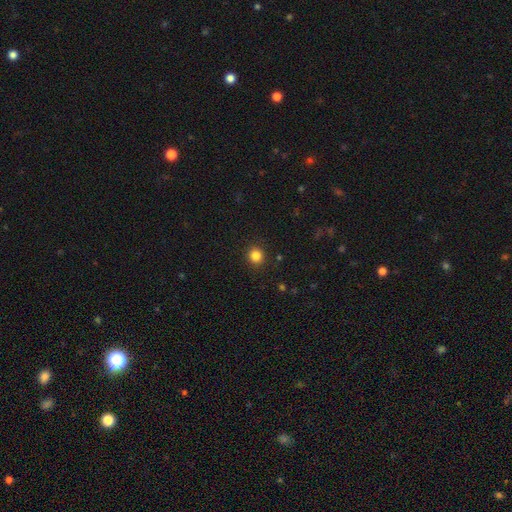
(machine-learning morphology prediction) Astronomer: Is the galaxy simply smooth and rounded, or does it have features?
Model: smooth — 84%.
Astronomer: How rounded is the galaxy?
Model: round — 91%.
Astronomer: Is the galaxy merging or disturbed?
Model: none — 91%.